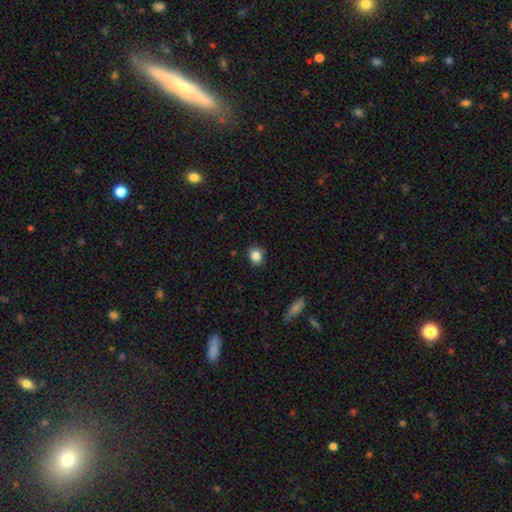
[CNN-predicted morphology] This is clearly a smooth galaxy (85%). How rounded: likely round (61%). Merging: likely none (79%).